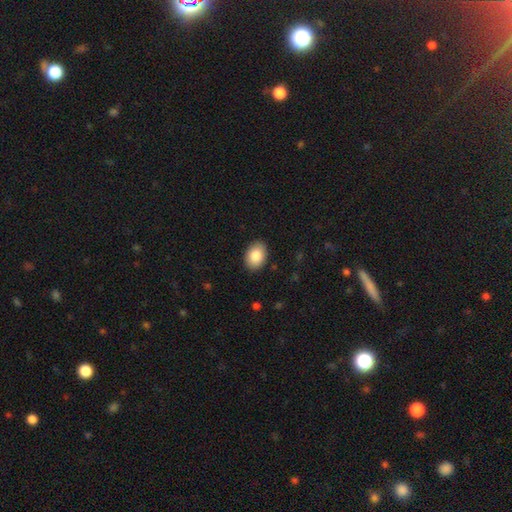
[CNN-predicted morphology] smooth 86%, featured or disk 7%, star or artifact 7%. Down the decision tree: how rounded — in between (78%); merging — none (89%).